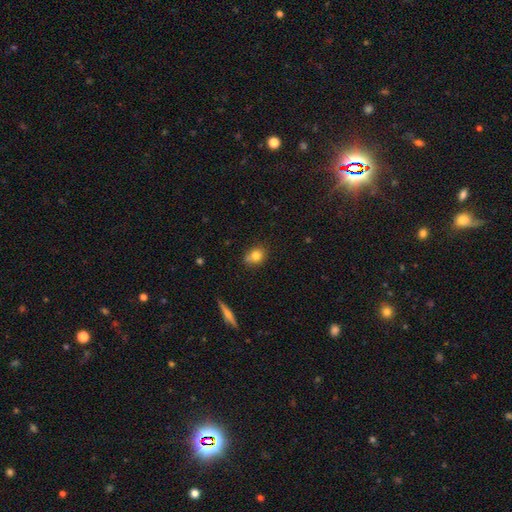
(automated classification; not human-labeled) This is likely a smooth galaxy (78%). How rounded: possibly round (58%). Merging: likely none (67%).